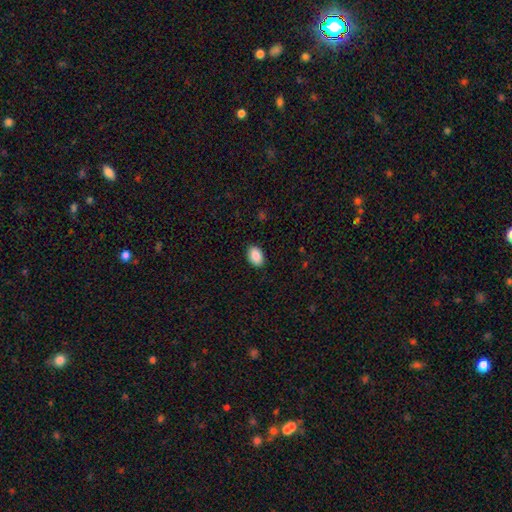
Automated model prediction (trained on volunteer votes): A smooth galaxy with no disk features (89%) that is in between round and cigar-shaped (88%). Merging: none (89%).